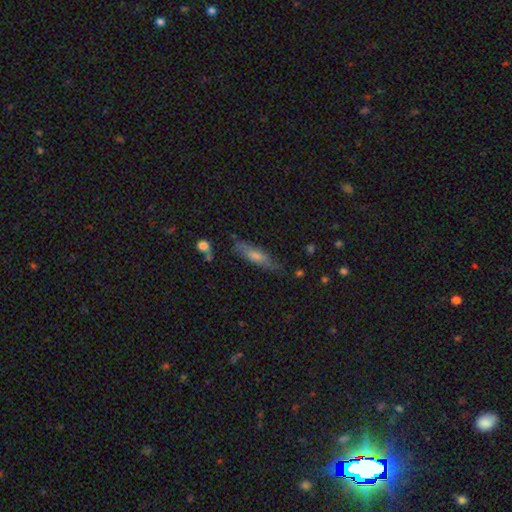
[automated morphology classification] smooth 51%, featured or disk 41%, star or artifact 8%. Down the decision tree: how rounded — cigar-shaped (76%); merging — none (76%).